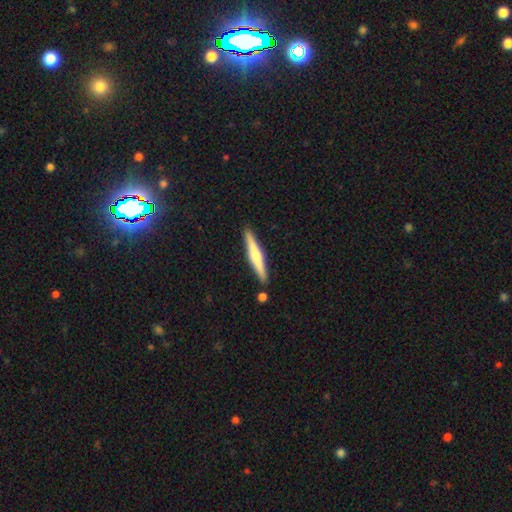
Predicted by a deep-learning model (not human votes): Q: Smooth or featured?
A: featured or disk (50%); runner-up: smooth (45%)
Q: Edge-on disk?
A: yes (97%); runner-up: no (3%)
Q: Merging?
A: none (87%); runner-up: minor disturbance (8%)